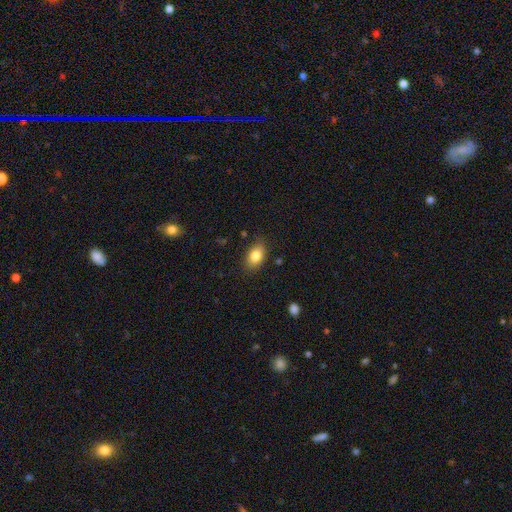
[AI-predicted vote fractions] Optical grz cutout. It shows a smooth galaxy with no disk features (82%) that is in between round and cigar-shaped (82%). Merging: none (81%).